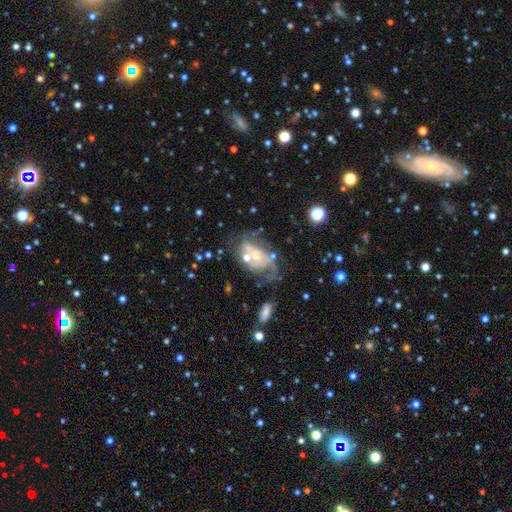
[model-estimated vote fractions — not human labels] Smooth or featured?
  - featured or disk: 74% *
  - smooth: 17%
  - star or artifact: 9%
Edge-on disk?
  - no: 97% *
  - yes: 3%
Bar?
  - no: 72% *
  - weak: 23%
  - strong: 5%
Spiral arms?
  - yes: 76% *
  - no: 24%
Spiral winding?
  - medium: 40% *
  - tight: 30%
  - loose: 30%
Spiral arm count?
  - 2: 40% *
  - can't tell: 32%
  - 1: 15%
  - 3: 8%
  - 4: 3%
  - more than 4: 3%
Bulge size?
  - small: 52% *
  - moderate: 35%
  - none: 7%
  - large: 5%
  - dominant: 2%
Merging?
  - none: 36% *
  - major disturbance: 29%
  - minor disturbance: 20%
  - merger: 15%